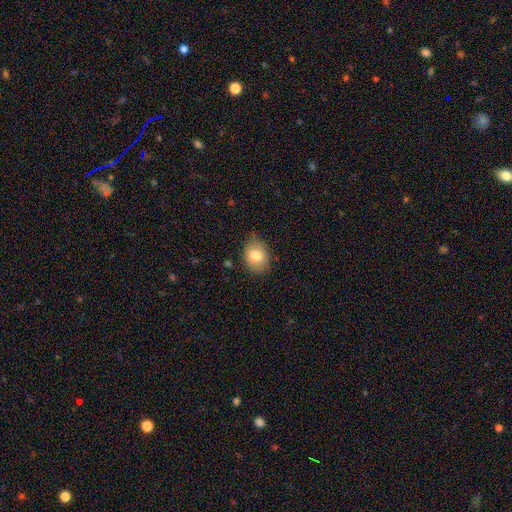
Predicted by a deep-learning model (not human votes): Smooth or featured: smooth — 80% (featured or disk — 11%)
How rounded: in between — 56% (round — 43%)
Merging: none — 77% (minor disturbance — 19%)